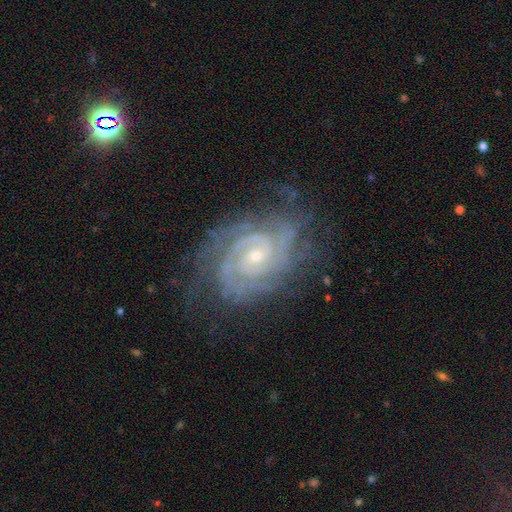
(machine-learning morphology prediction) Smooth or featured?
  - featured or disk: 91% *
  - star or artifact: 6%
  - smooth: 4%
Edge-on disk?
  - no: 97% *
  - yes: 3%
Bar?
  - no: 60% *
  - weak: 30%
  - strong: 10%
Spiral arms?
  - yes: 98% *
  - no: 2%
Spiral winding?
  - tight: 79% *
  - medium: 19%
  - loose: 2%
Spiral arm count?
  - 2: 40% *
  - 3: 20%
  - can't tell: 16%
  - 4: 12%
  - more than 4: 7%
  - 1: 6%
Bulge size?
  - small: 67% *
  - moderate: 30%
  - none: 1%
  - large: 1%
  - dominant: 1%
Merging?
  - none: 73% *
  - minor disturbance: 18%
  - major disturbance: 7%
  - merger: 1%